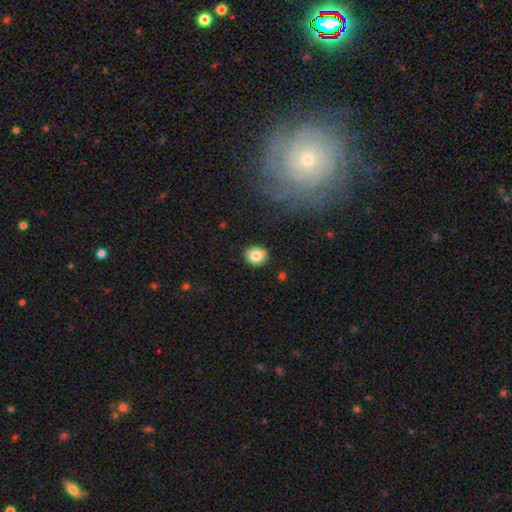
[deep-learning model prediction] smooth_or_featured: smooth (p=0.80) [alt: featured or disk p=0.10]
how_rounded: round (p=0.77) [alt: in between p=0.22]
merging: none (p=0.83) [alt: minor disturbance p=0.11]